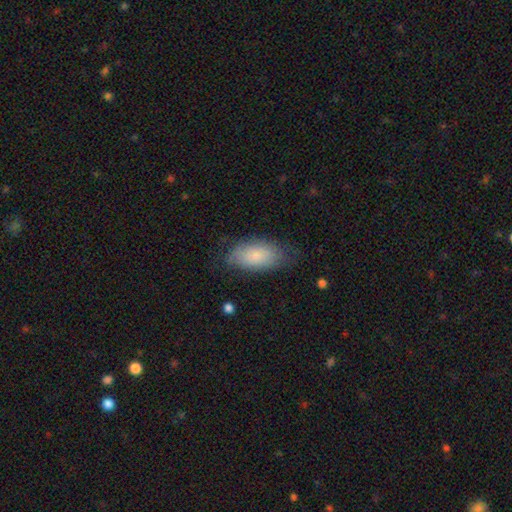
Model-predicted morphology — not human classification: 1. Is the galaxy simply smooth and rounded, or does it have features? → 80% smooth, 14% featured or disk, 6% star or artifact.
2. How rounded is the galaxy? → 92% in between, 5% cigar-shaped, 3% round.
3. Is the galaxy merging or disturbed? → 72% none, 21% minor disturbance, 6% major disturbance, 1% merger.